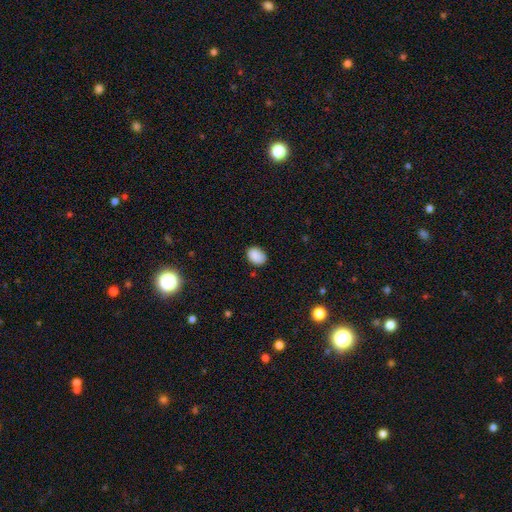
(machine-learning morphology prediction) Q: Smooth or featured?
A: smooth (85%); runner-up: star or artifact (8%)
Q: How rounded?
A: in between (68%); runner-up: round (31%)
Q: Merging?
A: none (78%); runner-up: minor disturbance (17%)